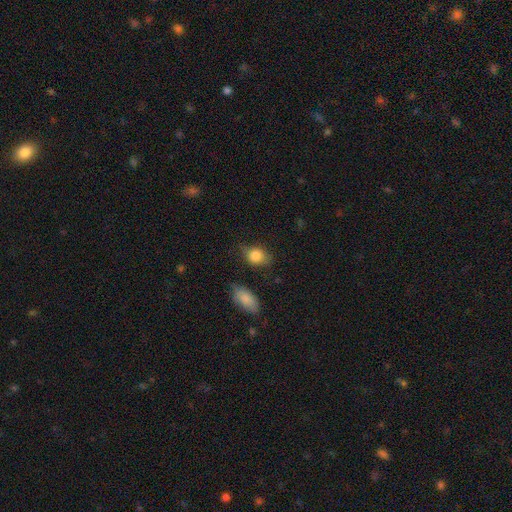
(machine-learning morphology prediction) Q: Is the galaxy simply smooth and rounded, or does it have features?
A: smooth — 84%.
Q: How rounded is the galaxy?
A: in between — 60%.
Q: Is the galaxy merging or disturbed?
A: none — 65%.